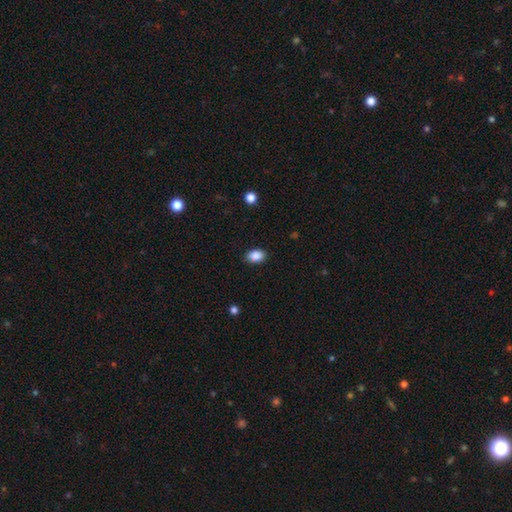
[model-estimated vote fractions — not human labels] A smooth galaxy with no disk features (87%) that is in between round and cigar-shaped (81%).

Vote fractions:
- Smooth or featured? smooth: 87% / star or artifact: 8% / featured or disk: 4%
- How rounded? in between: 81% / round: 18% / cigar-shaped: 1%
- Merging? none: 88% / minor disturbance: 9% / major disturbance: 2% / merger: 1%